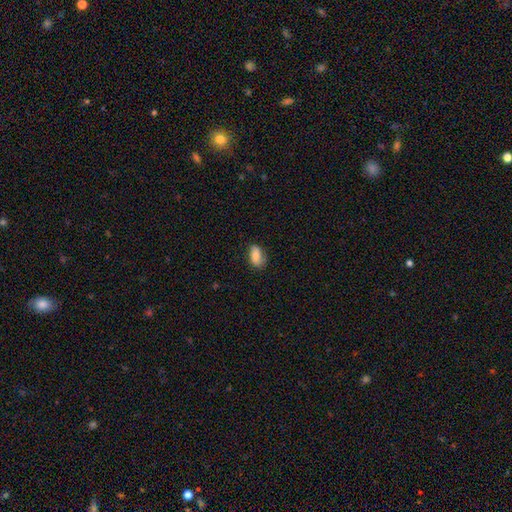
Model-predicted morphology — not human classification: A smooth galaxy with no disk features (81%) that is in between round and cigar-shaped (90%).

Vote fractions:
- Smooth or featured? smooth: 81% / featured or disk: 11% / star or artifact: 8%
- How rounded? in between: 90% / round: 6% / cigar-shaped: 4%
- Merging? none: 66% / minor disturbance: 26% / major disturbance: 7% / merger: 2%